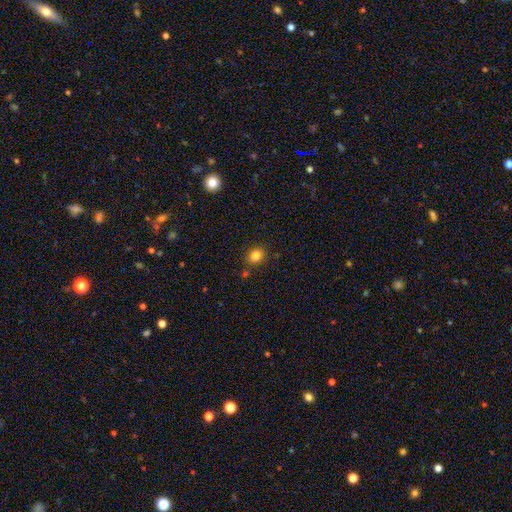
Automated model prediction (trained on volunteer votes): The model was most divided on "how rounded": round: 77%, in between: 22%, cigar-shaped: 1%. More confident: merging — none (84%); smooth or featured — smooth (83%).